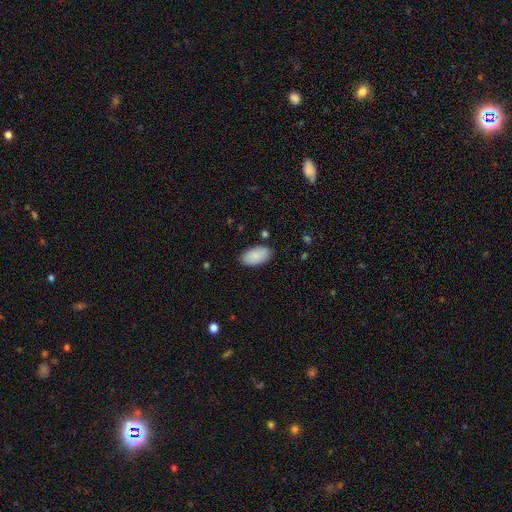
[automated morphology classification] smooth-or-featured: smooth: 87% | featured or disk: 6% | star or artifact: 6%
  how-rounded: in between: 95% | round: 3% | cigar-shaped: 2%
  merging: none: 86% | minor disturbance: 10% | major disturbance: 2% | merger: 2%